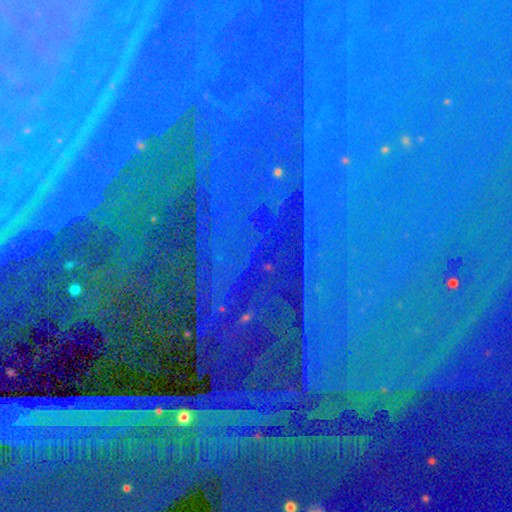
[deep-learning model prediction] Smooth or featured: star or artifact — 87% (featured or disk — 7%)